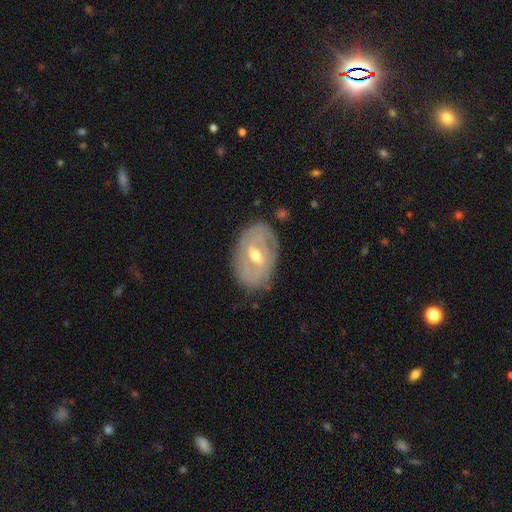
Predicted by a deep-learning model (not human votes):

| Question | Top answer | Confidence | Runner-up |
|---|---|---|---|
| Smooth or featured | featured or disk | 79% | smooth (15%) |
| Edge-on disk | no | 94% | yes (6%) |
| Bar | weak | 52% | strong (25%) |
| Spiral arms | yes | 77% | no (23%) |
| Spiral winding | tight | 68% | medium (23%) |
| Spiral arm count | can't tell | 42% | 2 (37%) |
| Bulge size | moderate | 68% | small (28%) |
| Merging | none | 75% | minor disturbance (19%) |